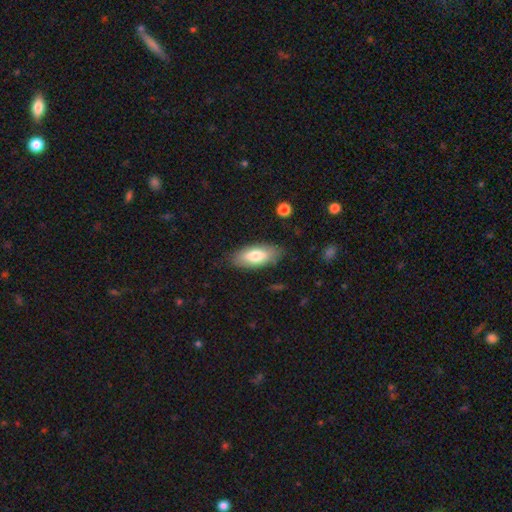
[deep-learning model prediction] Smooth or featured? smooth (76%)
How rounded? in between (84%)
Merging? none (81%)